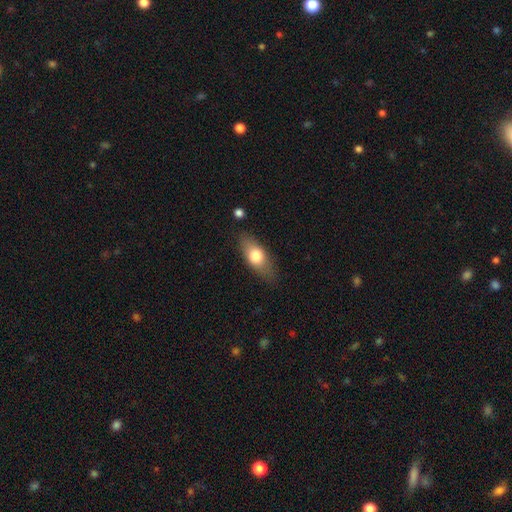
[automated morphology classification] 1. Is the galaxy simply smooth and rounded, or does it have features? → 68% smooth, 25% featured or disk, 7% star or artifact.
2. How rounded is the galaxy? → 75% in between, 19% cigar-shaped, 6% round.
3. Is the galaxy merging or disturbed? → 80% none, 14% minor disturbance, 4% major disturbance, 2% merger.